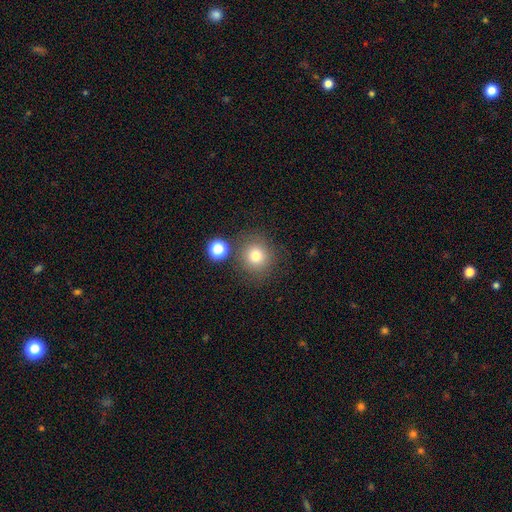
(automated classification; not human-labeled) Morphology: type=smooth (78%); roundness=round (89%); merging=none (77%).